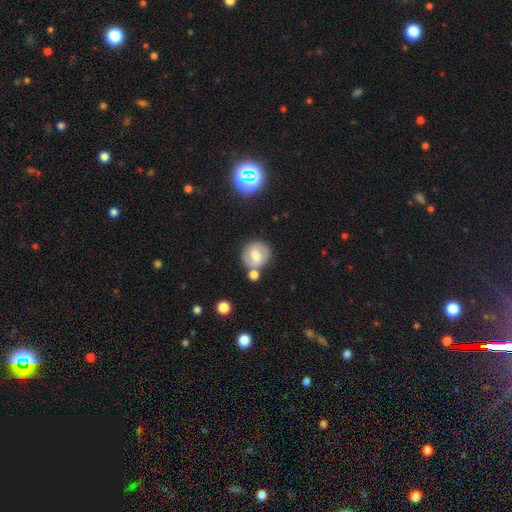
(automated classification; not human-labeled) smooth 64%, featured or disk 26%, star or artifact 10%. Down the decision tree: how rounded — round (85%); merging — none (67%).